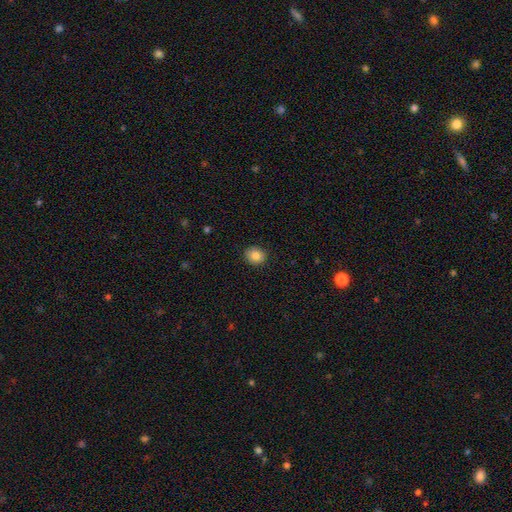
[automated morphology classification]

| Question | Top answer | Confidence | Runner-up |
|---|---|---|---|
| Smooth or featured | smooth | 83% | star or artifact (9%) |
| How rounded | round | 74% | in between (25%) |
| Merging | none | 90% | minor disturbance (8%) |